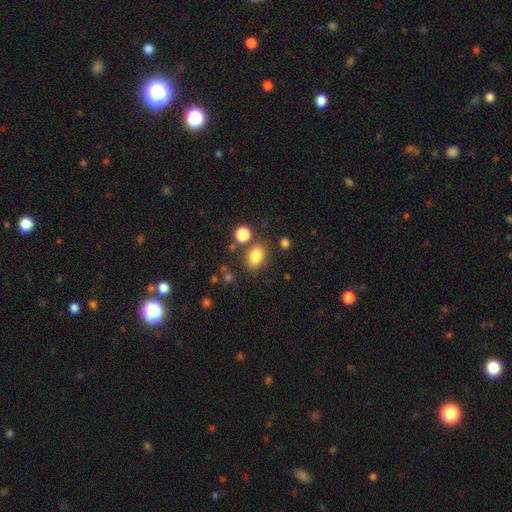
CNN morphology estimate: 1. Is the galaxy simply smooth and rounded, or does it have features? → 82% smooth, 11% star or artifact, 7% featured or disk.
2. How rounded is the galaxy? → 78% in between, 20% round, 2% cigar-shaped.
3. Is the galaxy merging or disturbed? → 74% none, 12% minor disturbance, 9% merger, 4% major disturbance.